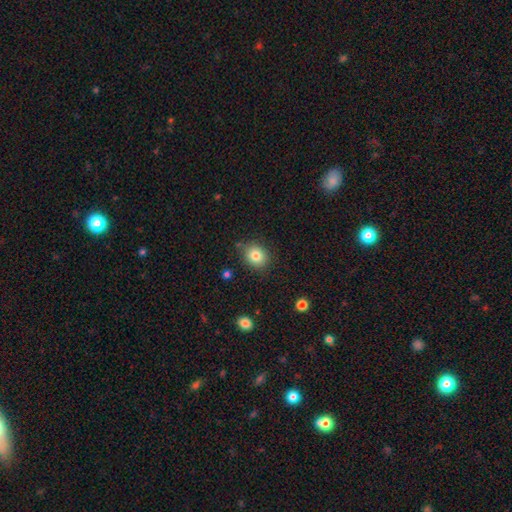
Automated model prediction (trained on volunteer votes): Smooth or featured? smooth (81%)
How rounded? round (67%)
Merging? none (83%)